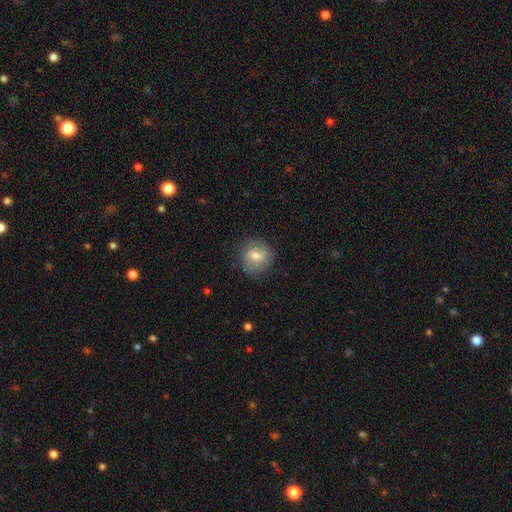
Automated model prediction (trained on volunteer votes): This is likely a smooth galaxy (73%). How rounded: clearly round (83%). Merging: likely none (79%).